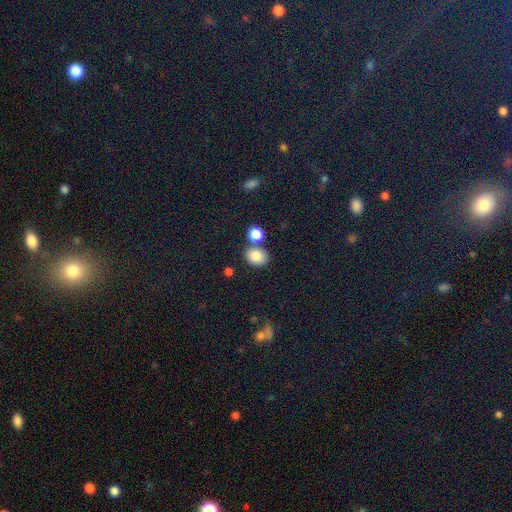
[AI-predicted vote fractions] The model was most divided on "how rounded": round: 50%, in between: 49%, cigar-shaped: 1%. More confident: smooth or featured — smooth (83%); merging — none (68%).